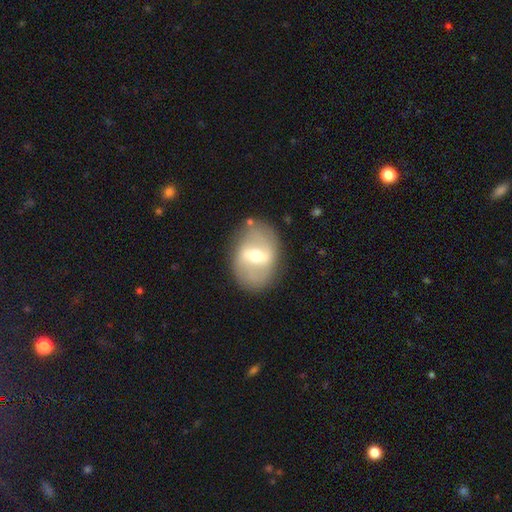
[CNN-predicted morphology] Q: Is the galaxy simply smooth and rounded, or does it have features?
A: featured or disk — 69%.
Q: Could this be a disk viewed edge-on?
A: no — 92%.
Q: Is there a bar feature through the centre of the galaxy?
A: strong — 52%.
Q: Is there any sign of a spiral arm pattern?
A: no — 53%.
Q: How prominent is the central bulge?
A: moderate — 67%.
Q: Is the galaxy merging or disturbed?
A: none — 80%.